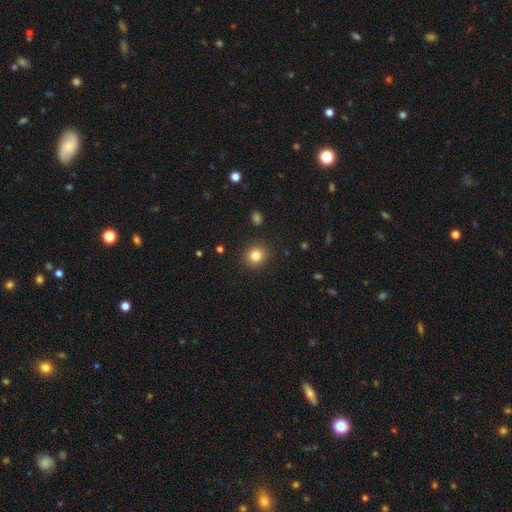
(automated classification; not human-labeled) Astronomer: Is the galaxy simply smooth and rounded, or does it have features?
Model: smooth — 82%.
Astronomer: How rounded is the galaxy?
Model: round — 86%.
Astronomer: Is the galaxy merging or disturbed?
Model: none — 90%.